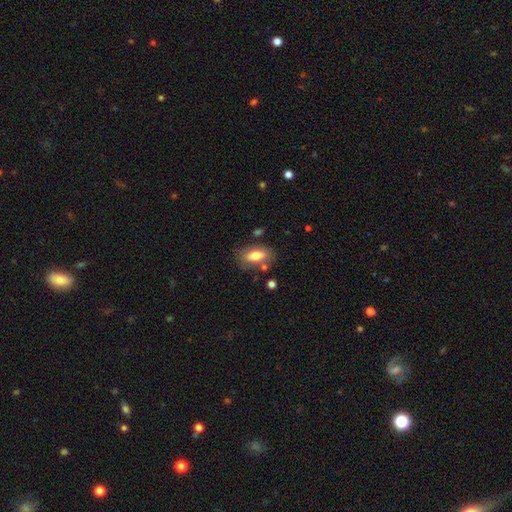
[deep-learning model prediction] Q: Smooth or featured?
A: smooth (74%); runner-up: featured or disk (19%)
Q: How rounded?
A: in between (89%); runner-up: cigar-shaped (6%)
Q: Merging?
A: none (74%); runner-up: minor disturbance (15%)